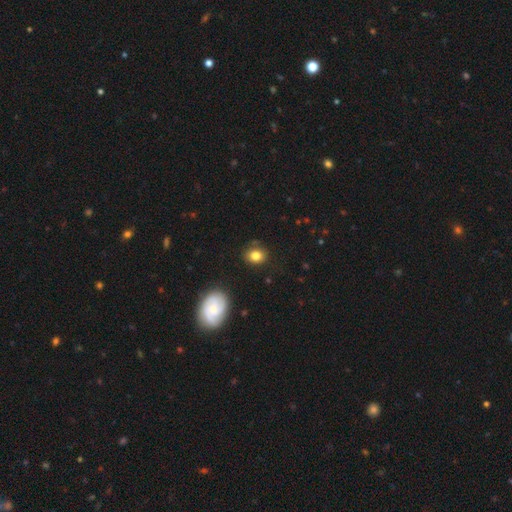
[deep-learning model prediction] This appears to be a smooth galaxy with no disk features (81%) that is round (60%). Merging: none (81%).